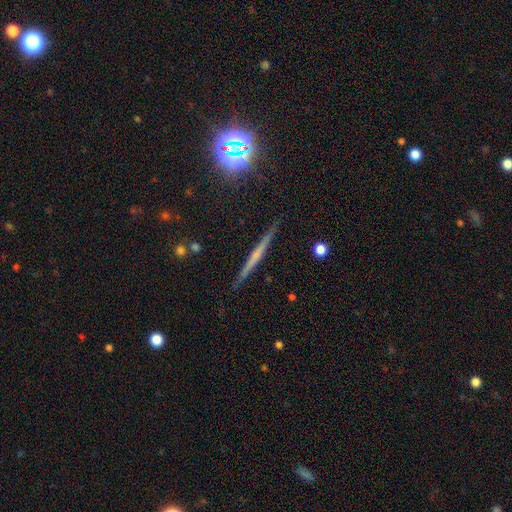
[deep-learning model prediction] Overall: featured or disk (59%; smooth 28%). Edge-on disk: yes (98%). Edge-on bulge: none (60%; rounded 29%). Merging: none (90%).